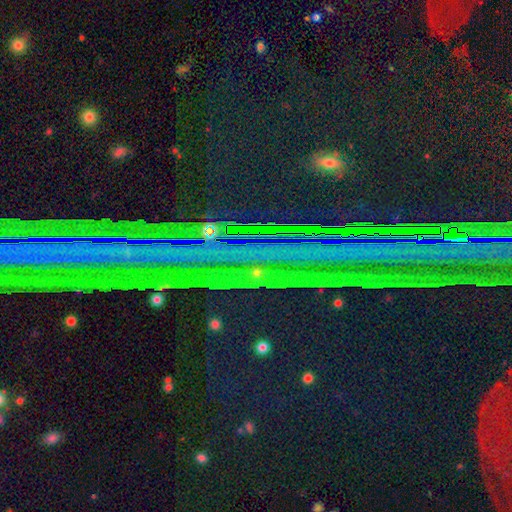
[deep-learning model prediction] Smooth or featured? Predicted: star or artifact (p=0.85).